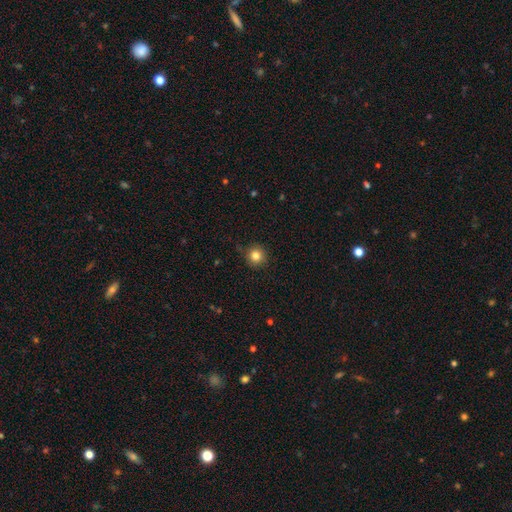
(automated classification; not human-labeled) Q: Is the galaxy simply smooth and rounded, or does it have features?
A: smooth — 82%.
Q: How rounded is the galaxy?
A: round — 93%.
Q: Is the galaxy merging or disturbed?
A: none — 89%.